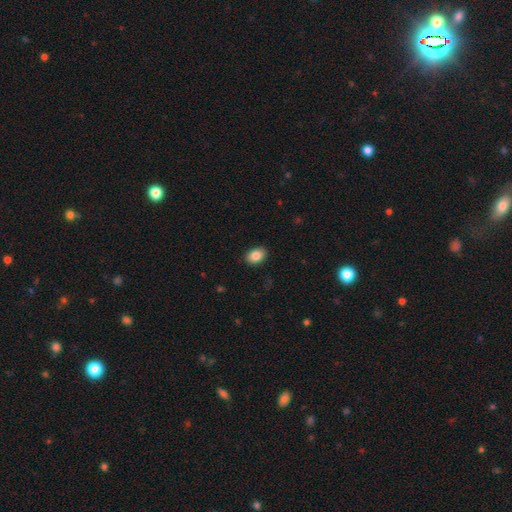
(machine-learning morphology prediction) Smooth or featured: smooth — 86% (star or artifact — 8%)
How rounded: in between — 82% (round — 17%)
Merging: none — 89% (minor disturbance — 8%)